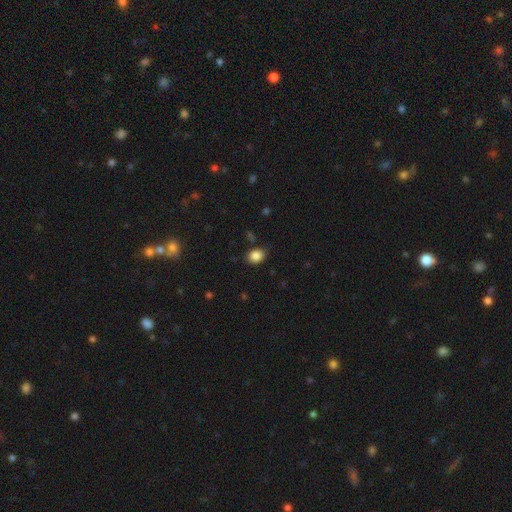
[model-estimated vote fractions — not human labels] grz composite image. It shows a smooth galaxy with no disk features (85%) that is in between round and cigar-shaped (57%). Merging: none (82%).